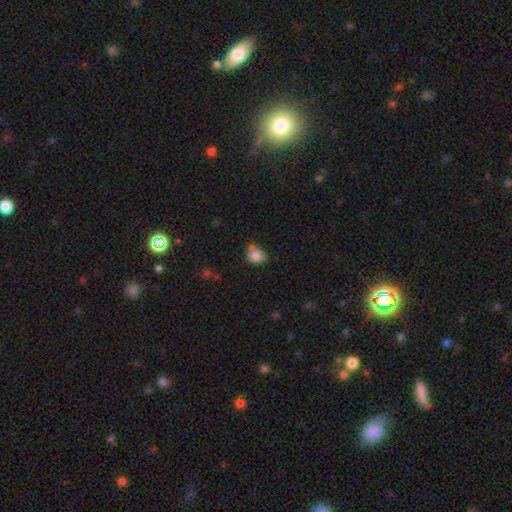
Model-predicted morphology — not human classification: Smooth or featured? smooth (83%)
How rounded? in between (55%)
Merging? none (50%)